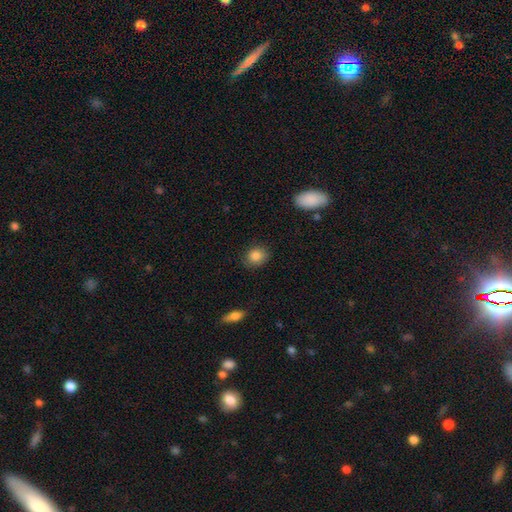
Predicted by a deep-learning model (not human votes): Smooth or featured?
  - smooth: 86% *
  - star or artifact: 9%
  - featured or disk: 5%
How rounded?
  - round: 66% *
  - in between: 33%
  - cigar-shaped: 1%
Merging?
  - none: 82% *
  - minor disturbance: 13%
  - major disturbance: 3%
  - merger: 1%